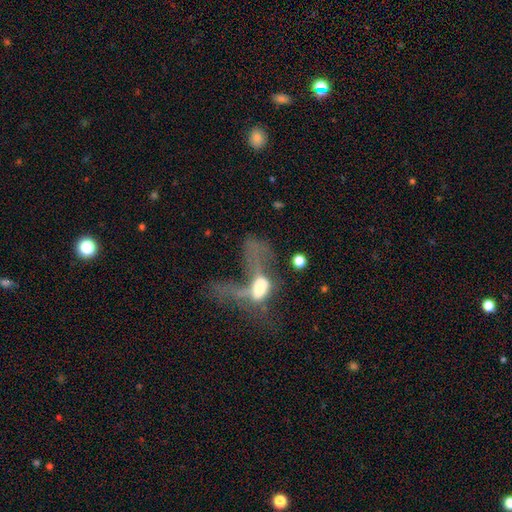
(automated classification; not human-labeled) smooth_or_featured: featured or disk (p=0.51) [alt: smooth p=0.33]
disk_edge_on: no (p=0.84) [alt: yes p=0.16]
merging: major disturbance (p=0.58) [alt: merger p=0.24]